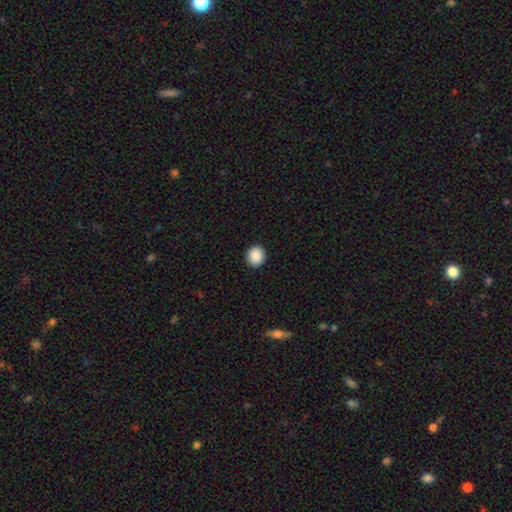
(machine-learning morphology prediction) A smooth galaxy with no disk features (90%) that is round (81%). Merging: none (92%).